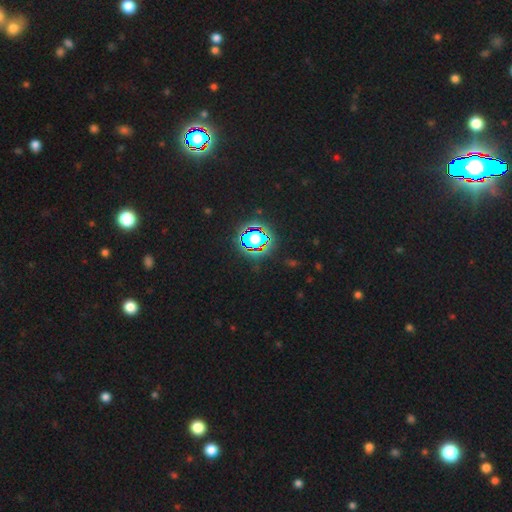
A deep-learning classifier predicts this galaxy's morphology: A star or artifact, not a galaxy (82%).

Vote fractions:
- Smooth or featured? star or artifact: 82% / smooth: 11% / featured or disk: 7%